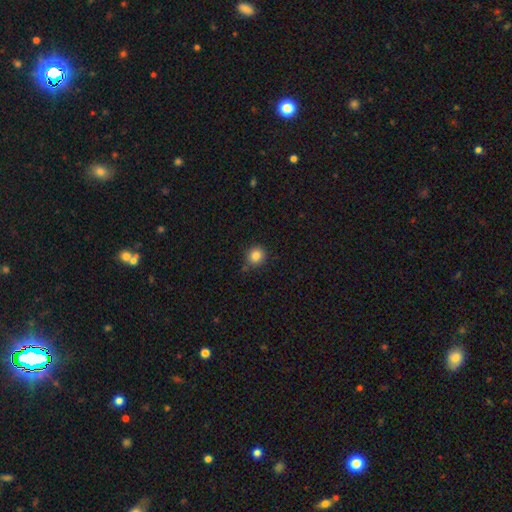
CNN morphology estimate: Q: Smooth or featured?
A: smooth (85%); runner-up: star or artifact (10%)
Q: How rounded?
A: round (87%); runner-up: in between (12%)
Q: Merging?
A: none (79%); runner-up: minor disturbance (14%)